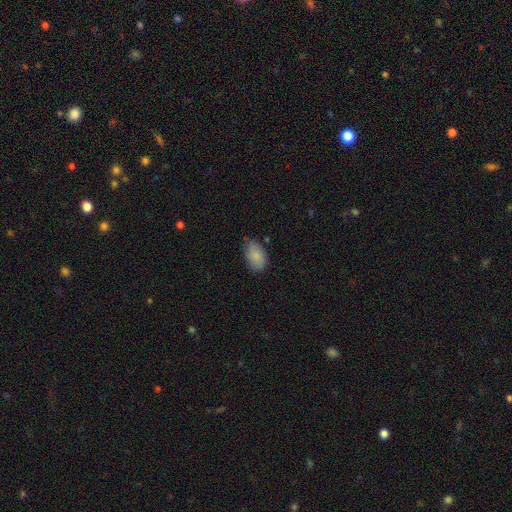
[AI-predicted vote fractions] The model was most divided on "merging": none: 64%, minor disturbance: 29%, major disturbance: 5%, merger: 2%. More confident: how rounded — in between (91%); smooth or featured — smooth (82%).